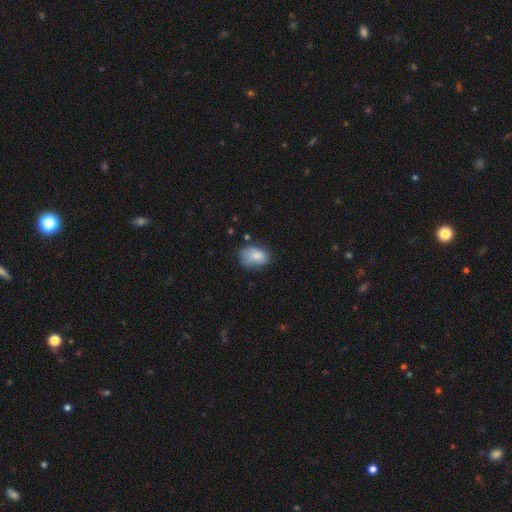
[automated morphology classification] Q: Smooth or featured?
A: smooth (83%); runner-up: featured or disk (9%)
Q: How rounded?
A: in between (83%); runner-up: round (16%)
Q: Merging?
A: none (58%); runner-up: minor disturbance (30%)